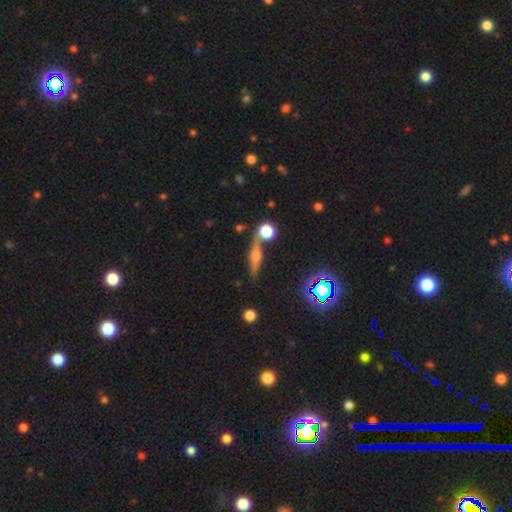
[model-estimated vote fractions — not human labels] A featured or disk galaxy (63%) viewed edge-on (91%) with a rounded central bulge (87%). Merging: none (70%).